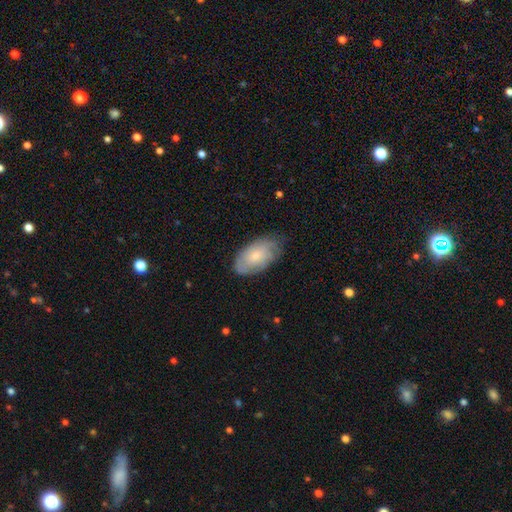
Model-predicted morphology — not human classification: Smooth or featured: smooth — 54% (featured or disk — 40%)
How rounded: in between — 94% (round — 4%)
Merging: none — 70% (minor disturbance — 23%)